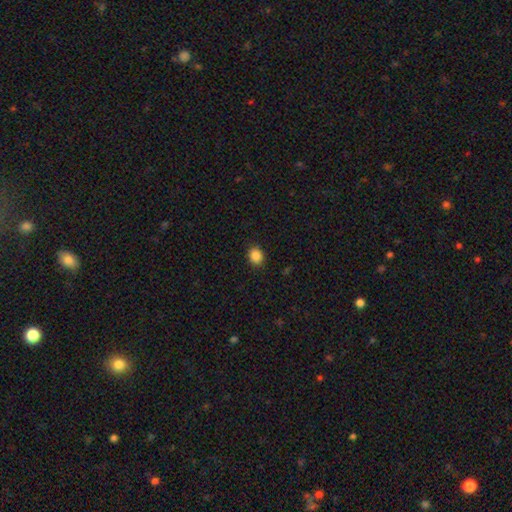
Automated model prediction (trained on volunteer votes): smooth-or-featured: smooth: 86% | star or artifact: 10% | featured or disk: 4%
  how-rounded: round: 67% | in between: 32% | cigar-shaped: 1%
  merging: none: 90% | minor disturbance: 7% | major disturbance: 2% | merger: 1%